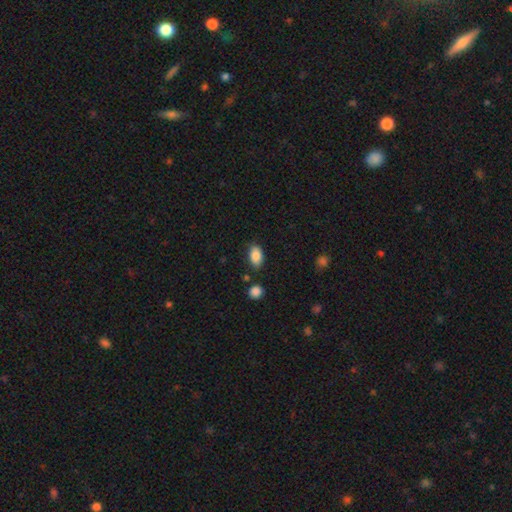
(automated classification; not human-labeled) Q: Smooth or featured?
A: smooth (87%); runner-up: star or artifact (7%)
Q: How rounded?
A: in between (91%); runner-up: round (7%)
Q: Merging?
A: none (80%); runner-up: minor disturbance (13%)